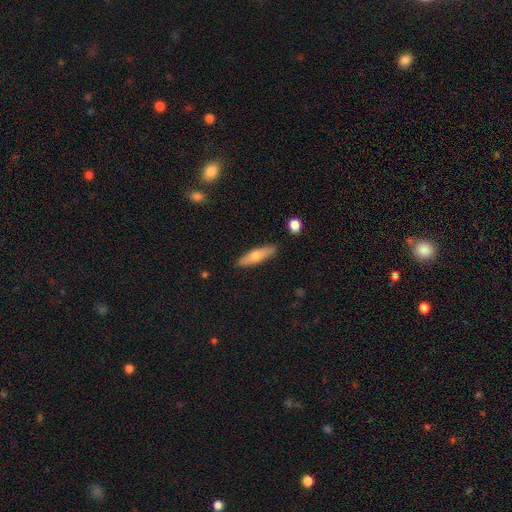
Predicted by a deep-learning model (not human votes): smooth 61%, featured or disk 33%, star or artifact 6%. Down the decision tree: how rounded — cigar-shaped (67%); merging — none (87%).